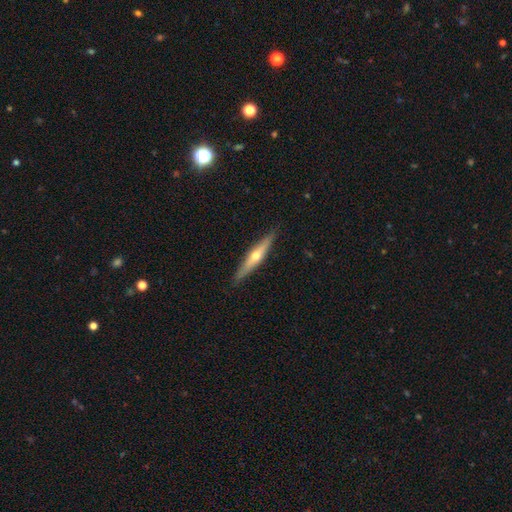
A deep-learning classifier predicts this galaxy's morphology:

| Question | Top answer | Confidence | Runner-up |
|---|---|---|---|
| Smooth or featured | featured or disk | 65% | smooth (29%) |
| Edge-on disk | yes | 95% | no (5%) |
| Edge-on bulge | rounded | 91% | none (7%) |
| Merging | none | 89% | minor disturbance (8%) |